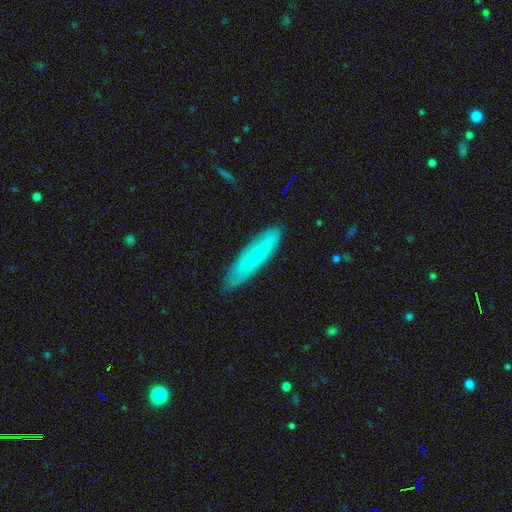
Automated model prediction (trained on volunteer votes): smooth_or_featured: smooth (p=0.53) [alt: featured or disk p=0.41]
how_rounded: cigar-shaped (p=0.76) [alt: in between p=0.23]
merging: none (p=0.79) [alt: minor disturbance p=0.17]